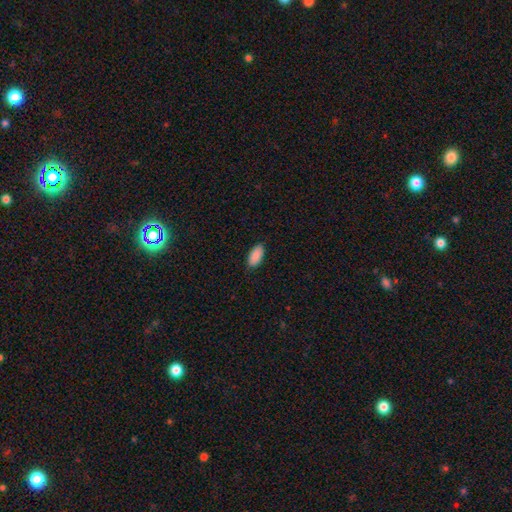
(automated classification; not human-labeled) A smooth galaxy with no disk features (90%) that is in between round and cigar-shaped (93%). Merging: none (87%).